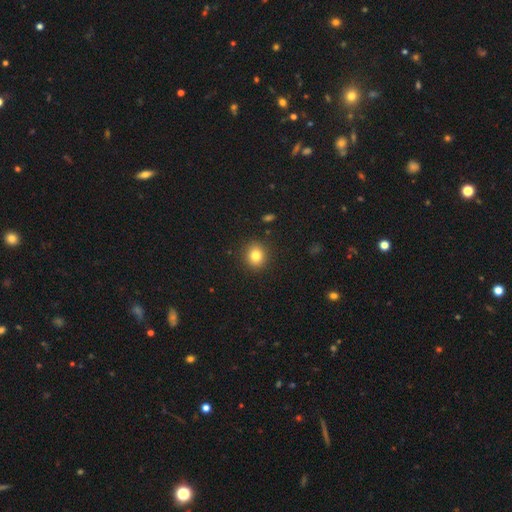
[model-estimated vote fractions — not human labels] A smooth galaxy with no disk features (82%) that is round (84%). Merging: none (90%).